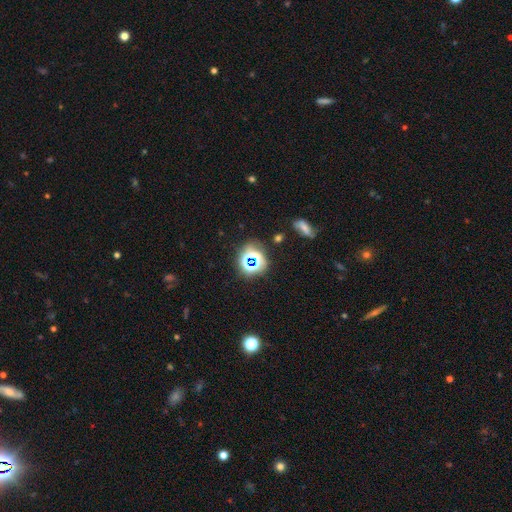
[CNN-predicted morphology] This appears to be a star or artifact, not a galaxy (60%).